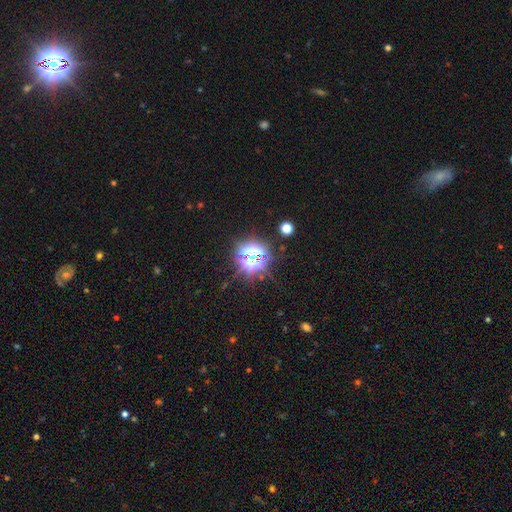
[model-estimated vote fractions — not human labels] A star or artifact, not a galaxy (66%).

Vote fractions:
- Smooth or featured? star or artifact: 66% / smooth: 22% / featured or disk: 12%